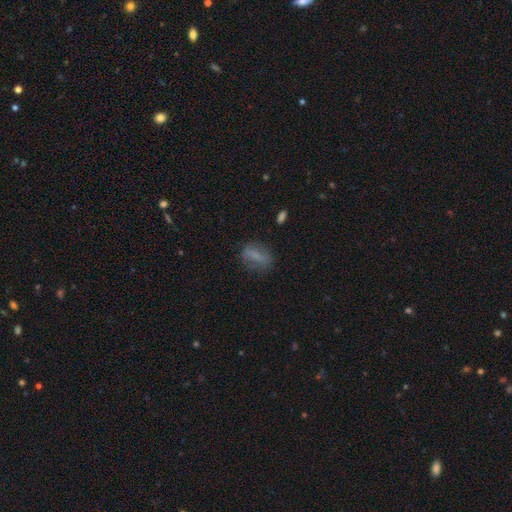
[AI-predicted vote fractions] Smooth or featured: smooth — 67% (featured or disk — 21%)
How rounded: in between — 69% (round — 17%)
Merging: none — 69% (minor disturbance — 19%)